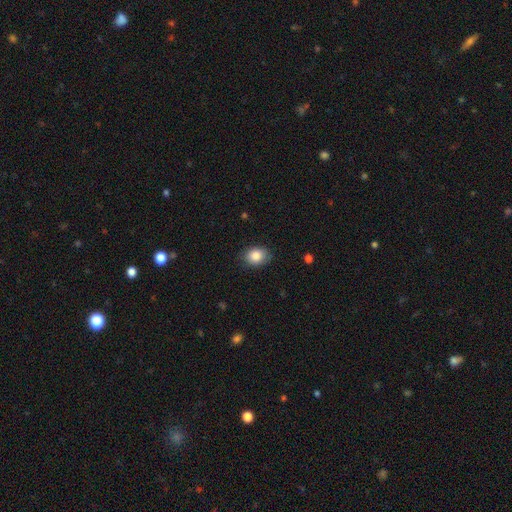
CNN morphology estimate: Smooth or featured?
  - smooth: 85% *
  - star or artifact: 8%
  - featured or disk: 7%
How rounded?
  - in between: 62% *
  - round: 38%
  - cigar-shaped: 1%
Merging?
  - none: 81% *
  - minor disturbance: 15%
  - major disturbance: 3%
  - merger: 1%